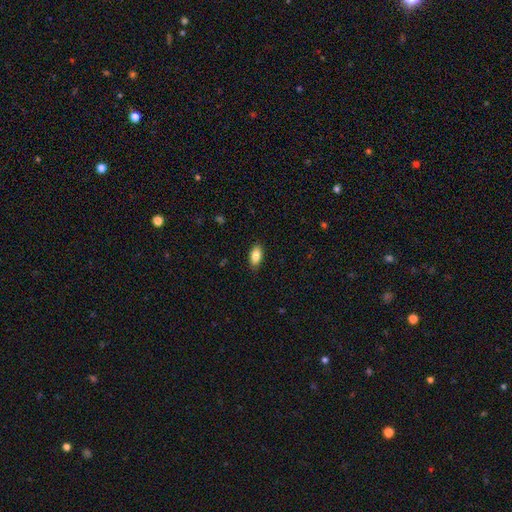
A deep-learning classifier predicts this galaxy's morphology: A smooth galaxy with no disk features (85%) that is in between round and cigar-shaped (89%). Merging: none (88%).